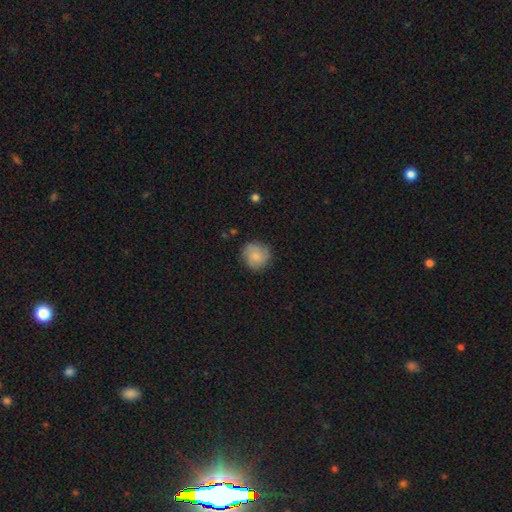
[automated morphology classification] Smooth or featured?
  - smooth: 79% *
  - featured or disk: 13%
  - star or artifact: 7%
How rounded?
  - round: 89% *
  - in between: 10%
  - cigar-shaped: 1%
Merging?
  - none: 81% *
  - minor disturbance: 15%
  - major disturbance: 3%
  - merger: 1%